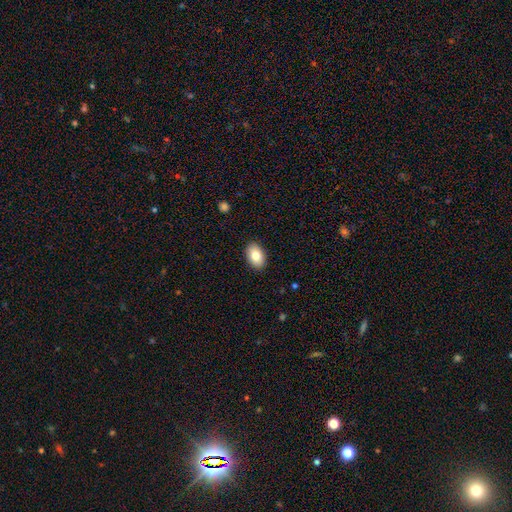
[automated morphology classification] A smooth galaxy with no disk features (82%) that is in between round and cigar-shaped (88%).

Vote fractions:
- Smooth or featured? smooth: 82% / featured or disk: 11% / star or artifact: 7%
- How rounded? in between: 88% / round: 10% / cigar-shaped: 1%
- Merging? none: 89% / minor disturbance: 8% / major disturbance: 2% / merger: 1%